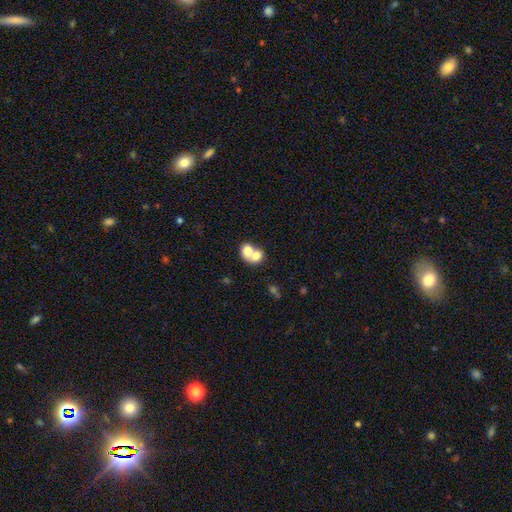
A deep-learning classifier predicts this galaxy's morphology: Smooth or featured? Predicted: smooth (p=0.71). How rounded? Predicted: round (p=0.52). Merging? Predicted: merger (p=0.74).